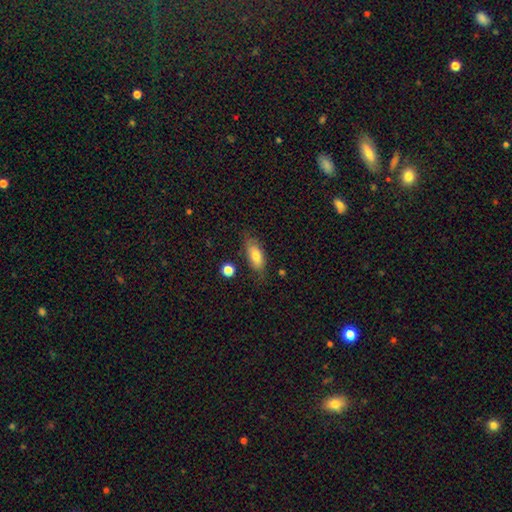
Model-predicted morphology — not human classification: Q: Smooth or featured?
A: smooth (77%); runner-up: featured or disk (16%)
Q: How rounded?
A: in between (82%); runner-up: cigar-shaped (15%)
Q: Merging?
A: none (73%); runner-up: minor disturbance (19%)